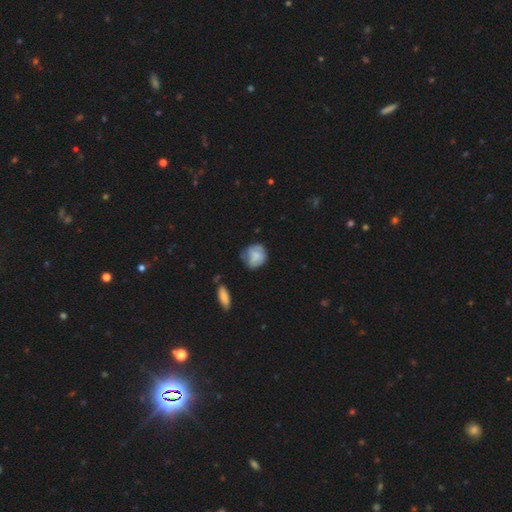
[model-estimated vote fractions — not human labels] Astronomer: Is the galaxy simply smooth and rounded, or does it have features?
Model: smooth — 62%.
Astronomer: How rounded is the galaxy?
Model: round — 75%.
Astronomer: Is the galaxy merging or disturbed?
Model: none — 58%.